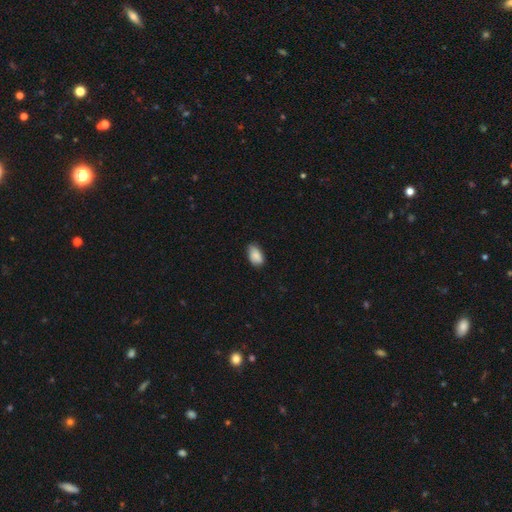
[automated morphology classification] Overall: smooth (86%). How rounded: in between (92%). Merging: none (70%).